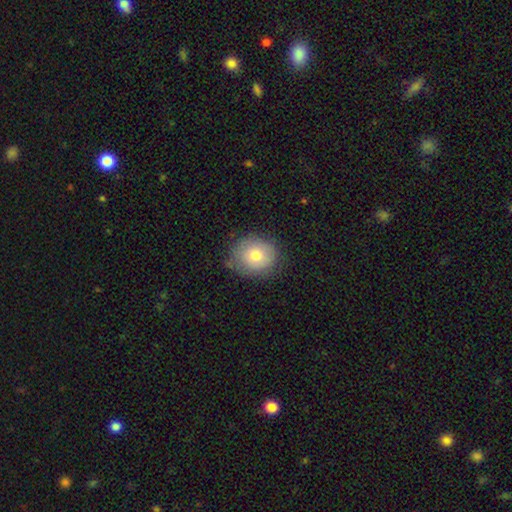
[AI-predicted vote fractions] A smooth galaxy with no disk features (75%) that is round (75%). Merging: none (75%).